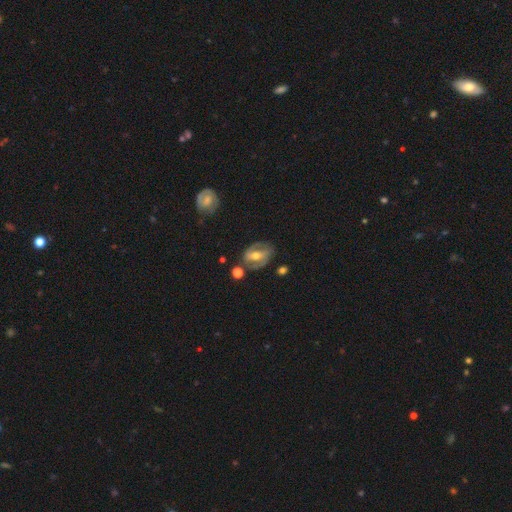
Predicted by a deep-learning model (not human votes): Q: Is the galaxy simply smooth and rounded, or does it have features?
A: featured or disk — 74%.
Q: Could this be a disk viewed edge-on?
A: no — 94%.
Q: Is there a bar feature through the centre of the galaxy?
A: strong — 45%.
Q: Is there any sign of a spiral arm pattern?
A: yes — 76%.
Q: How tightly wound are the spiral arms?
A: medium — 45%.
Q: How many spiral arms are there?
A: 2 — 81%.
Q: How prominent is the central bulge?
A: moderate — 66%.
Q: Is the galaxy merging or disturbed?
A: none — 71%.